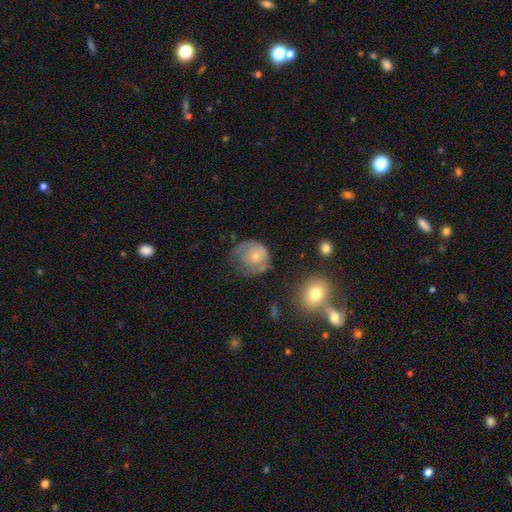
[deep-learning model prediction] This is possibly a smooth galaxy (47%). Merging: marginally none (37%).